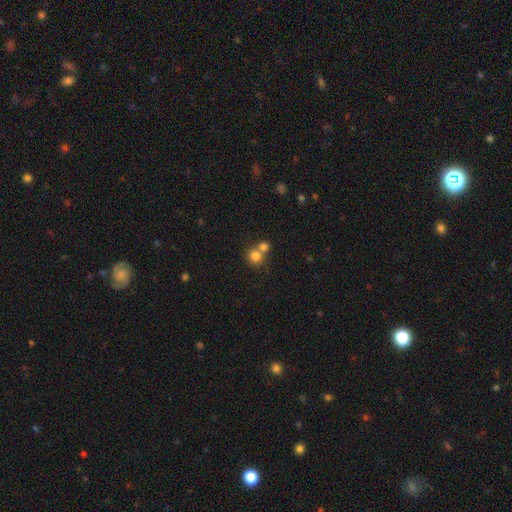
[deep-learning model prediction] The model was most divided on "merging": merger: 47%, none: 44%, minor disturbance: 6%, major disturbance: 3%. More confident: how rounded — round (86%); smooth or featured — smooth (80%).